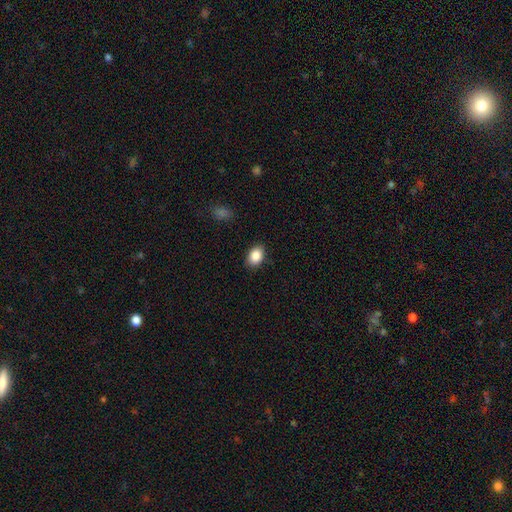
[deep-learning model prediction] smooth 88%, star or artifact 8%, featured or disk 4%. Down the decision tree: how rounded — in between (81%); merging — none (87%).